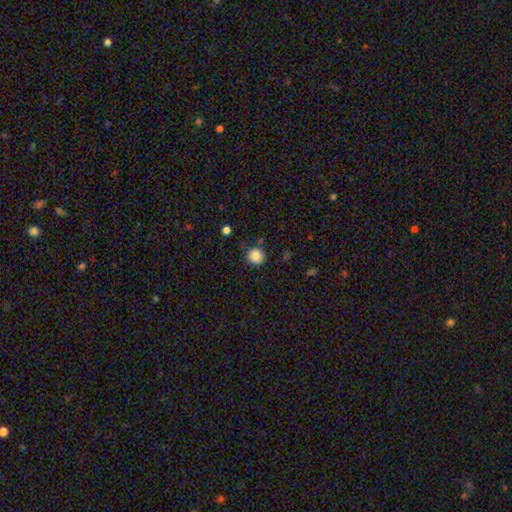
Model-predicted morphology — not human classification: Q: Smooth or featured?
A: smooth (86%); runner-up: star or artifact (10%)
Q: How rounded?
A: round (92%); runner-up: in between (7%)
Q: Merging?
A: none (81%); runner-up: minor disturbance (13%)